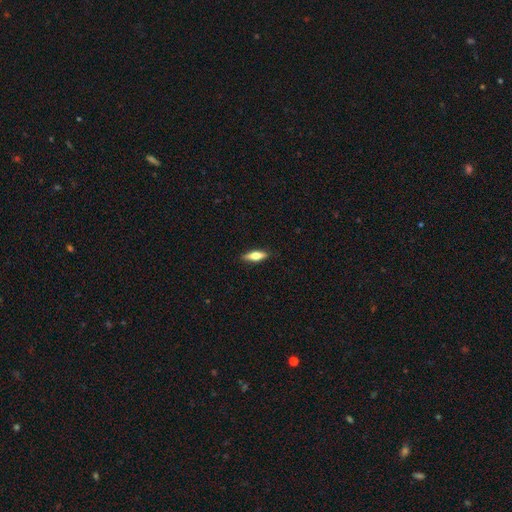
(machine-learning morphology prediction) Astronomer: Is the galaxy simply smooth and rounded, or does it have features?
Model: smooth — 63%.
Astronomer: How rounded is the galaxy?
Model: in between — 54% (runner-up: cigar-shaped, 44%).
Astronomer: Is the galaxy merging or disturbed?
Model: none — 88%.